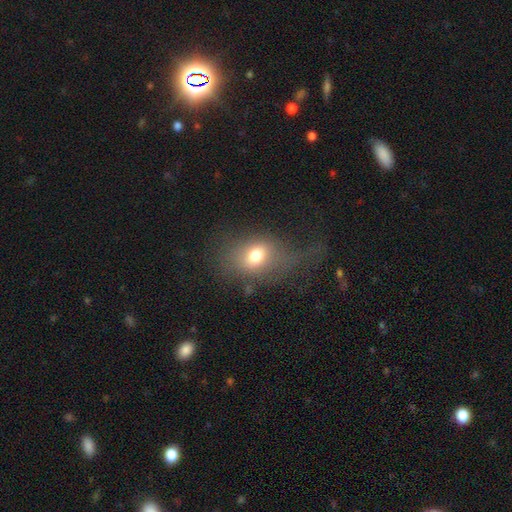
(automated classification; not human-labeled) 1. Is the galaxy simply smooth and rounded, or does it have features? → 71% smooth, 17% featured or disk, 12% star or artifact.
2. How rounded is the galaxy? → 59% in between, 39% round, 2% cigar-shaped.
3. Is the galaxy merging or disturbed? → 42% none, 34% major disturbance, 21% minor disturbance, 4% merger.